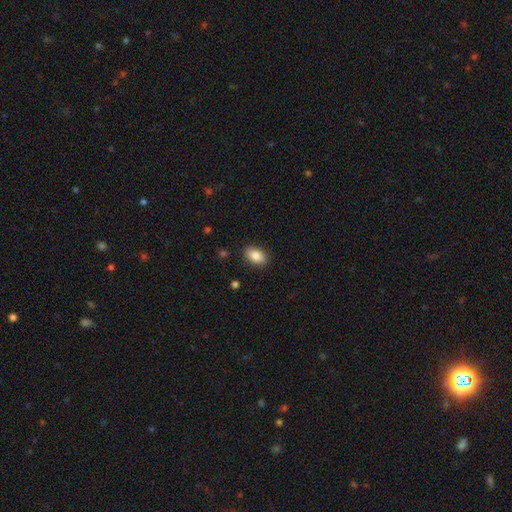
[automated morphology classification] type=smooth (85%); roundness=in between (90%); merging=none (88%).